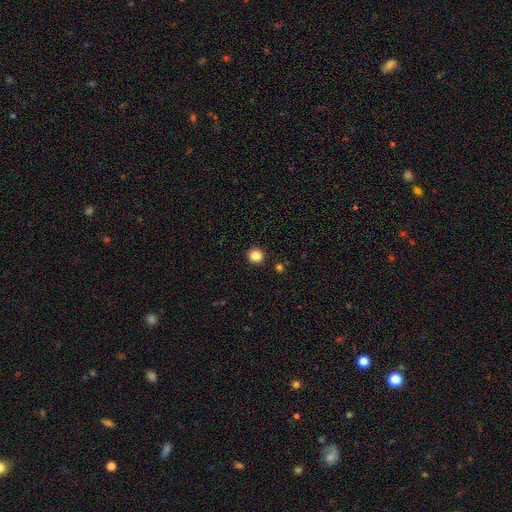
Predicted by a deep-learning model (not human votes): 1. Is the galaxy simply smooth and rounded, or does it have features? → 85% smooth, 11% star or artifact, 4% featured or disk.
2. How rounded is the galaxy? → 93% round, 6% in between, 1% cigar-shaped.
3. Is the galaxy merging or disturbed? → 92% none, 4% minor disturbance, 2% major disturbance, 1% merger.